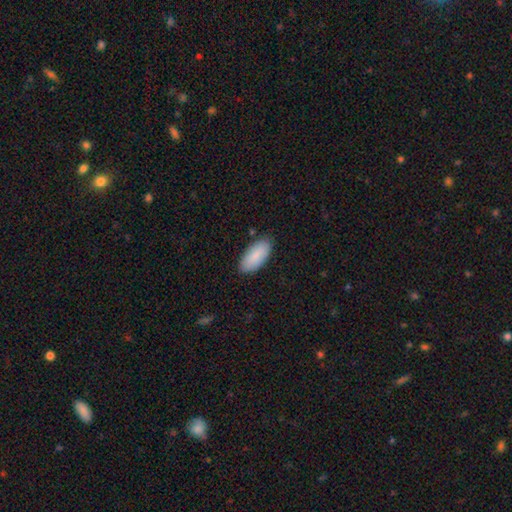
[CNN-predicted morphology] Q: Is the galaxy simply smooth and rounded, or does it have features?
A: smooth — 88%.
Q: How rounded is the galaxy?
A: in between — 91%.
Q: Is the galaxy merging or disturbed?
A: none — 85%.